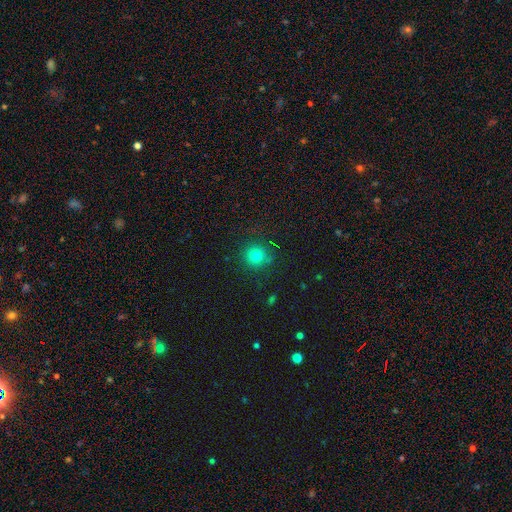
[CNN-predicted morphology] A smooth galaxy with no disk features (79%) that is round (92%). Merging: none (85%).